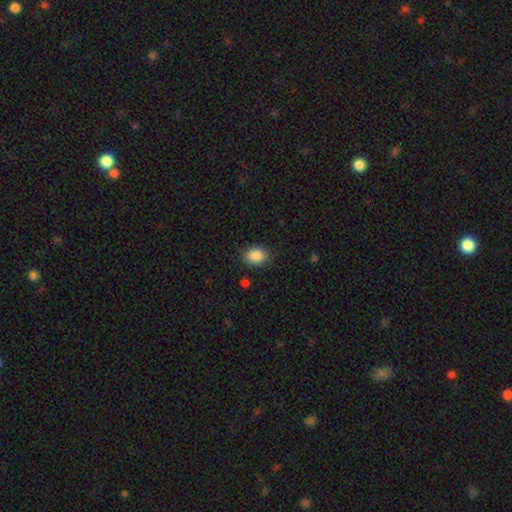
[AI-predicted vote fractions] Smooth or featured: smooth — 88% (star or artifact — 8%)
How rounded: in between — 68% (round — 31%)
Merging: none — 85% (minor disturbance — 11%)